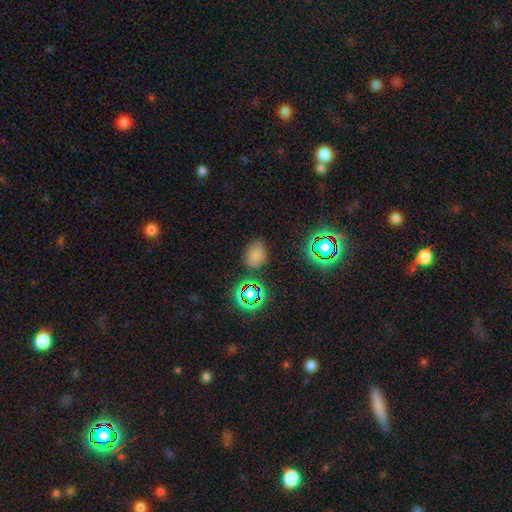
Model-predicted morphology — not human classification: A smooth galaxy with no disk features (67%) that is in between round and cigar-shaped (64%). Merging: none (77%).